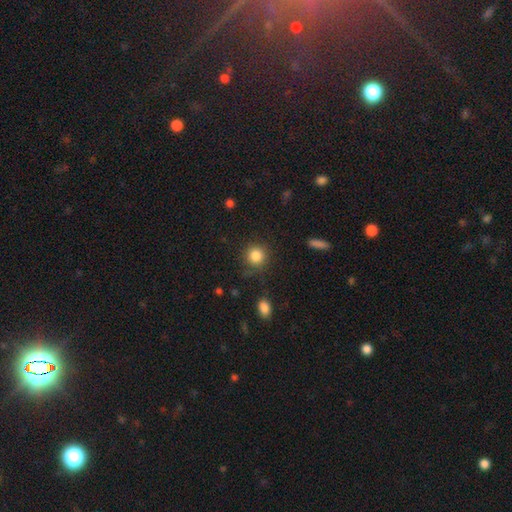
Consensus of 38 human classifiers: Volunteers were most divided on "merging": none: 76%, minor disturbance: 19%, major disturbance: 5%, merger: 0%. More confident: how rounded — round (97%); smooth or featured — smooth (87%).